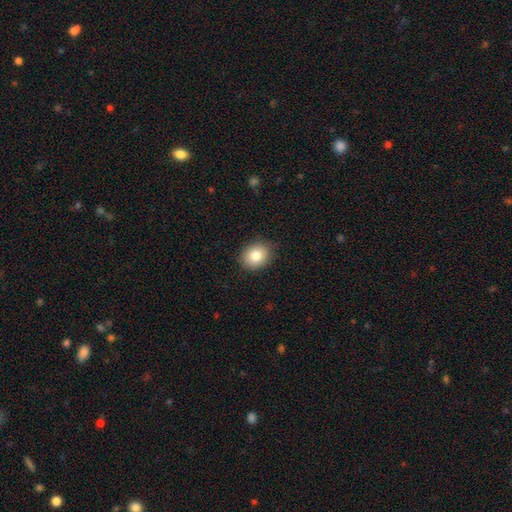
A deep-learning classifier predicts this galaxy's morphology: type=smooth (82%); roundness=round (55%); merging=none (87%).